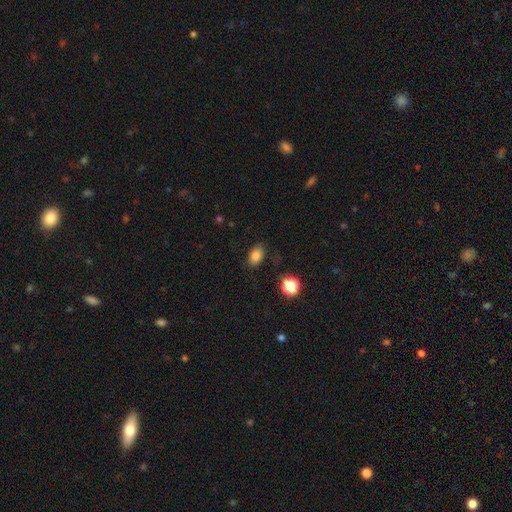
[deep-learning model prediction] A smooth galaxy with no disk features (82%) that is in between round and cigar-shaped (79%). Merging: none (83%).